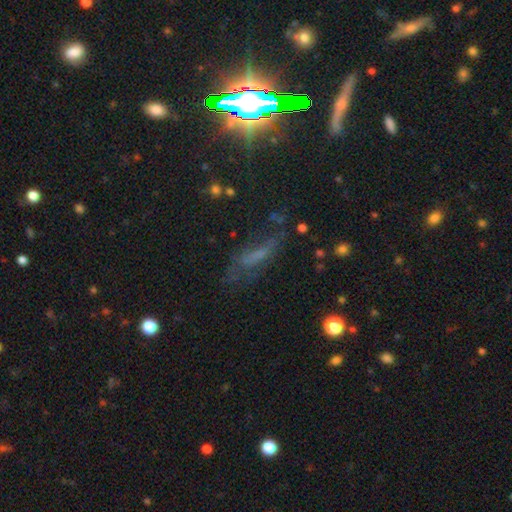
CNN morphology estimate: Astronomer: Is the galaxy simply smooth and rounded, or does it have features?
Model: featured or disk — 36% (runner-up: star or artifact, 32%).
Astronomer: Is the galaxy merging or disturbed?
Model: none — 50%.